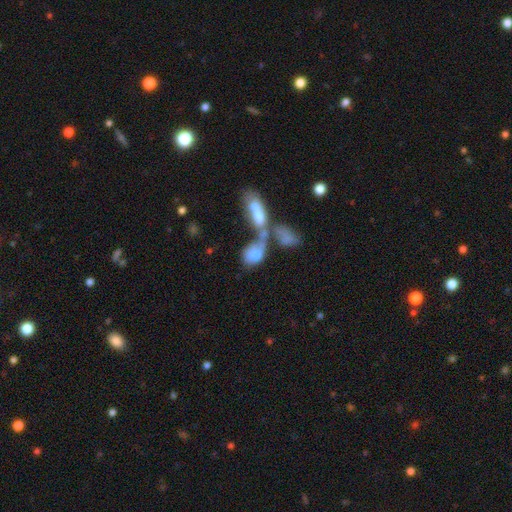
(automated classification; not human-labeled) Smooth or featured? Predicted: smooth (p=0.59). How rounded? Predicted: in between (p=0.77). Merging? Predicted: merger (p=0.63).